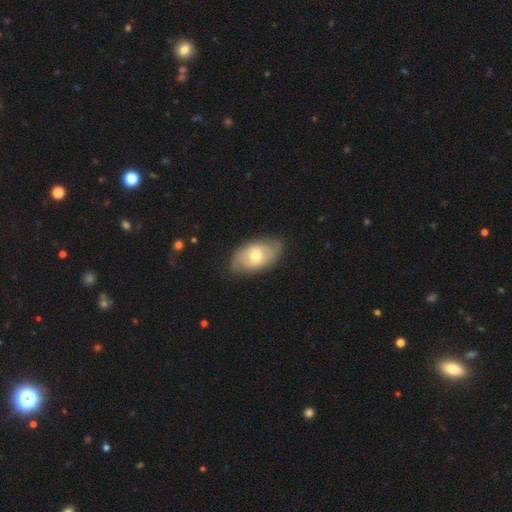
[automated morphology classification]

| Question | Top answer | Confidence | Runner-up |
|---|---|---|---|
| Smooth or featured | smooth | 54% | featured or disk (41%) |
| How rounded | in between | 92% | round (6%) |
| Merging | none | 81% | minor disturbance (15%) |